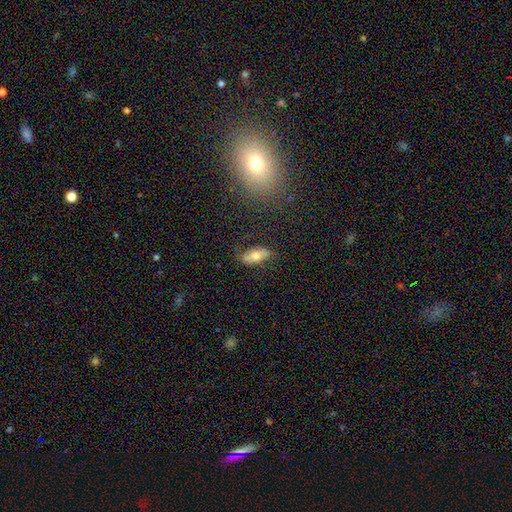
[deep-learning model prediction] smooth-or-featured: smooth: 60% | featured or disk: 33% | star or artifact: 7%
  how-rounded: in between: 87% | cigar-shaped: 9% | round: 4%
  merging: none: 76% | minor disturbance: 17% | major disturbance: 6% | merger: 2%